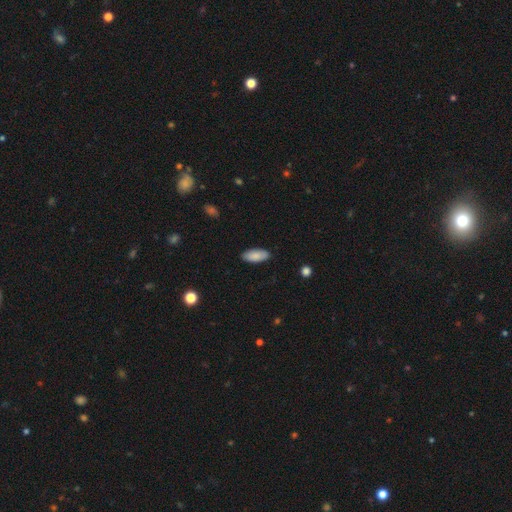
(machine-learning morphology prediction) Q: Smooth or featured?
A: smooth (87%); runner-up: featured or disk (7%)
Q: How rounded?
A: in between (87%); runner-up: cigar-shaped (12%)
Q: Merging?
A: none (88%); runner-up: minor disturbance (9%)